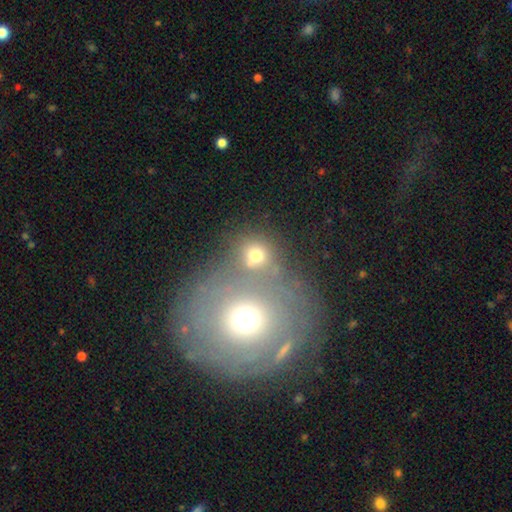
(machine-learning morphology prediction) A smooth galaxy with no disk features (67%) that is round (78%).

Vote fractions:
- Smooth or featured? smooth: 67% / star or artifact: 19% / featured or disk: 13%
- How rounded? round: 78% / in between: 20% / cigar-shaped: 2%
- Merging? none: 45% / merger: 41% / minor disturbance: 8% / major disturbance: 6%